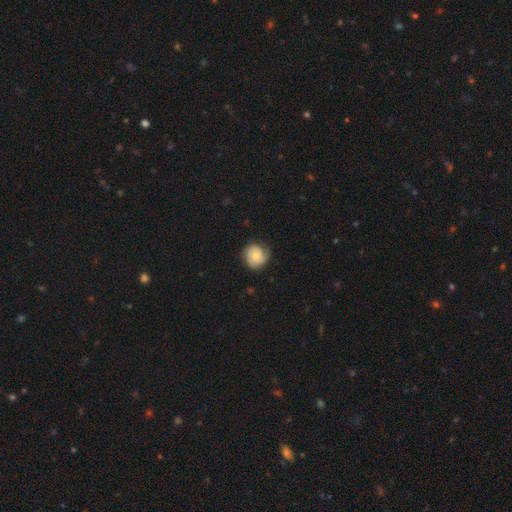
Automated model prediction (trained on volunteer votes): Smooth or featured? smooth (55%)
How rounded? round (87%)
Merging? none (72%)